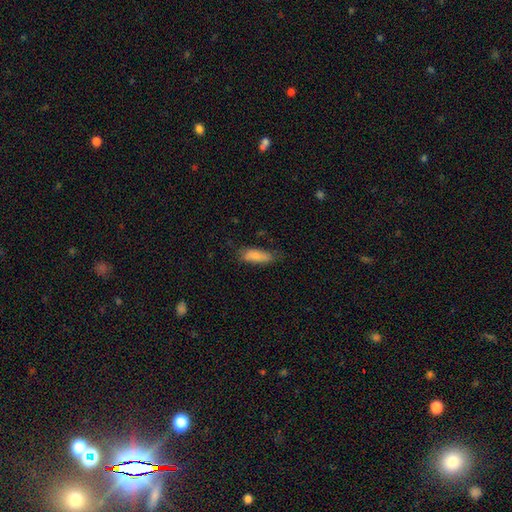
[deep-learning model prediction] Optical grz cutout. It shows a smooth galaxy with no disk features (84%) that is in between round and cigar-shaped (66%). Merging: none (63%).